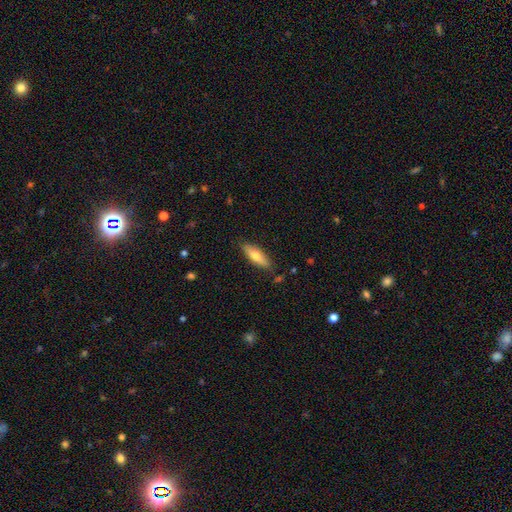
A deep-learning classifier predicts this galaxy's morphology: This is likely a smooth galaxy (62%). How rounded: possibly cigar-shaped (52%). Merging: clearly none (85%).